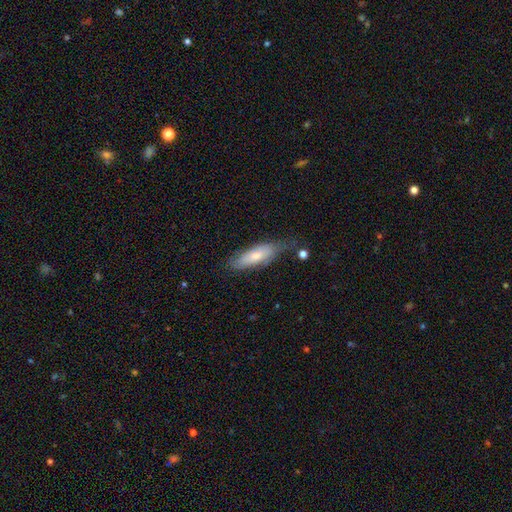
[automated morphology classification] Smooth or featured?
  - smooth: 64% *
  - featured or disk: 30%
  - star or artifact: 6%
How rounded?
  - in between: 62% *
  - cigar-shaped: 36%
  - round: 2%
Merging?
  - none: 54% *
  - minor disturbance: 31%
  - major disturbance: 11%
  - merger: 4%